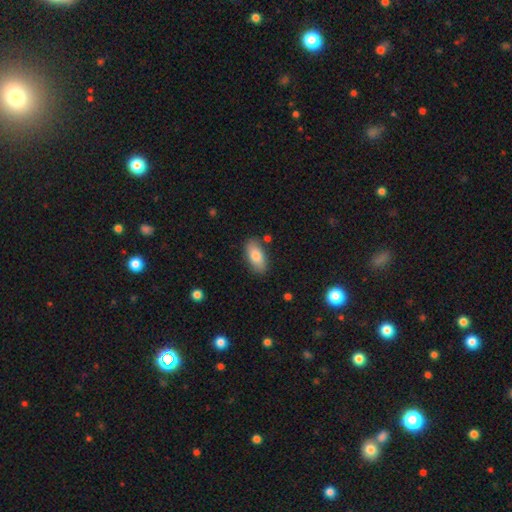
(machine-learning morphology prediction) Smooth or featured: smooth — 83% (featured or disk — 11%)
How rounded: in between — 90% (cigar-shaped — 8%)
Merging: none — 83% (minor disturbance — 12%)